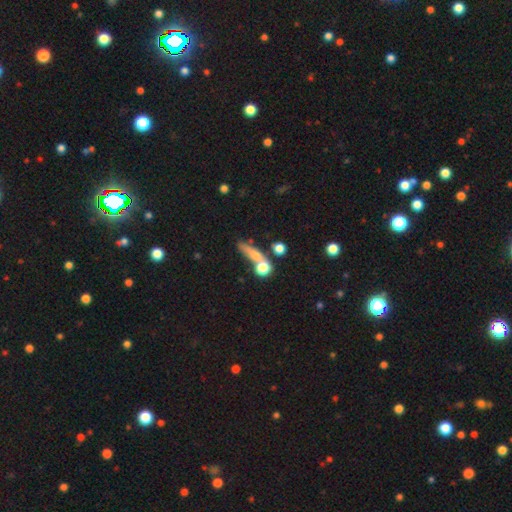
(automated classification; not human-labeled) smooth-or-featured: smooth: 63% | featured or disk: 23% | star or artifact: 13%
  how-rounded: cigar-shaped: 51% | round: 25% | in between: 24%
  merging: none: 53% | merger: 23% | minor disturbance: 15% | major disturbance: 9%